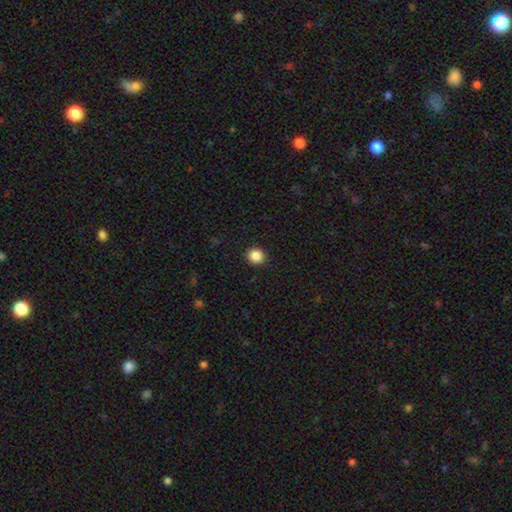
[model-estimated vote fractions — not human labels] Overall: smooth (86%). How rounded: round (88%). Merging: none (92%).